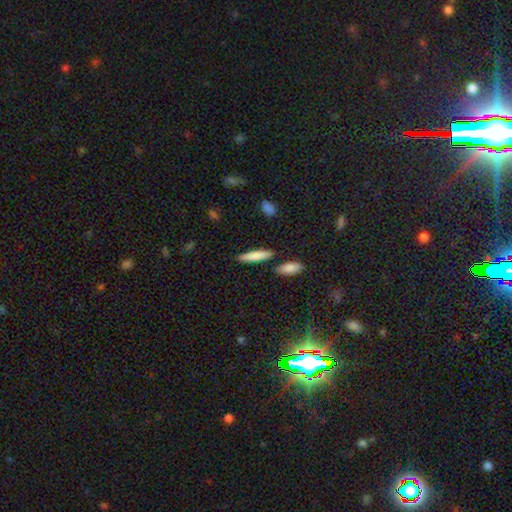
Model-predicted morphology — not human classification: This appears to be a smooth galaxy with no disk features (82%) that is cigar-shaped (78%). Merging: none (83%).